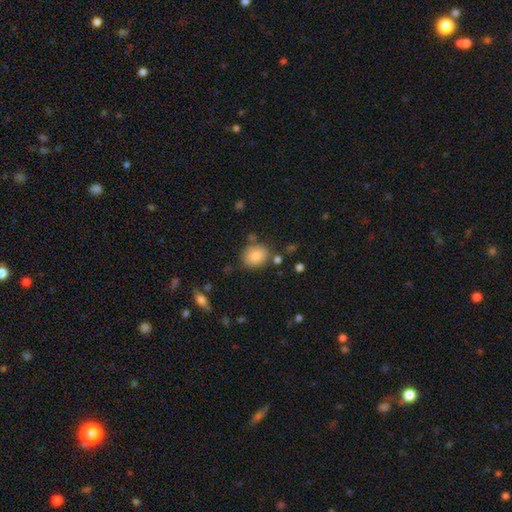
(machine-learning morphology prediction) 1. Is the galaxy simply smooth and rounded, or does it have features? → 82% smooth, 9% star or artifact, 8% featured or disk.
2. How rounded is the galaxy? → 60% round, 40% in between, 1% cigar-shaped.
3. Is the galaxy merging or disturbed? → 76% none, 14% minor disturbance, 7% merger, 4% major disturbance.